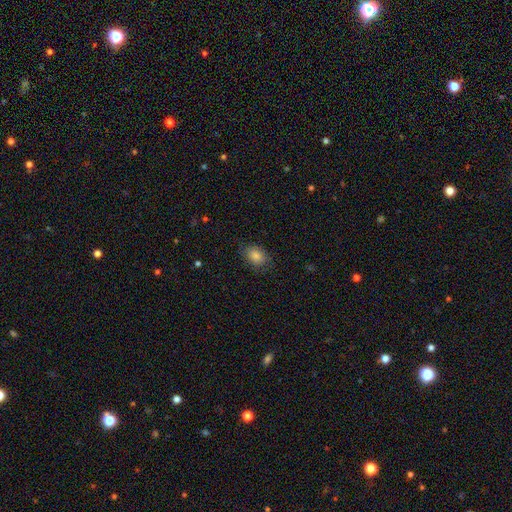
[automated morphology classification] Smooth or featured: smooth — 82% (star or artifact — 10%)
How rounded: in between — 75% (round — 24%)
Merging: none — 80% (minor disturbance — 15%)